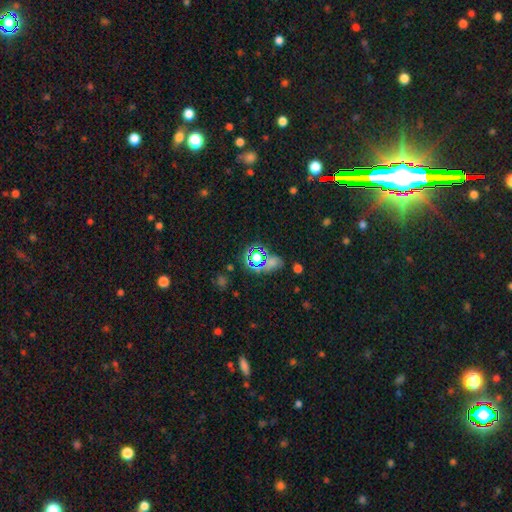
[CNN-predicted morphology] A star or artifact, not a galaxy (55%).

Vote fractions:
- Smooth or featured? star or artifact: 55% / smooth: 35% / featured or disk: 10%